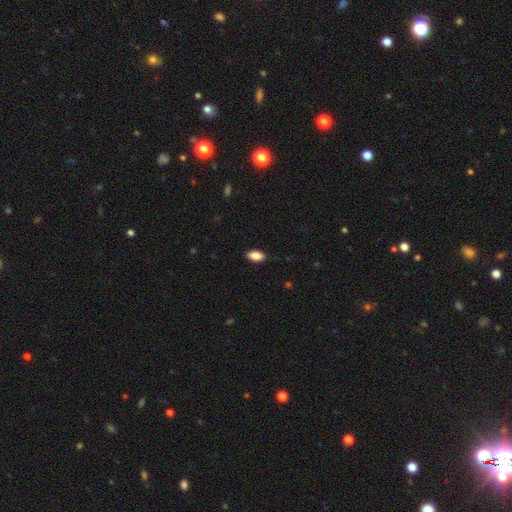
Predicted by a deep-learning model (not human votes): This appears to be a smooth galaxy with no disk features (86%) that is in between round and cigar-shaped (91%). Merging: none (88%).